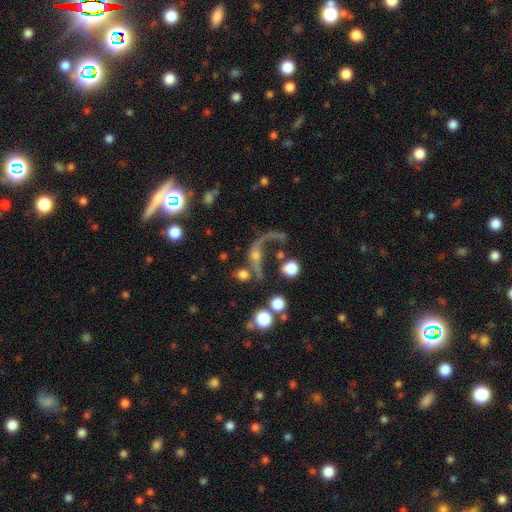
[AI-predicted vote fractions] This is possibly a featured or disk galaxy (57%). It is clearly not viewed edge-on (86%). Merging: marginally major disturbance (35%).